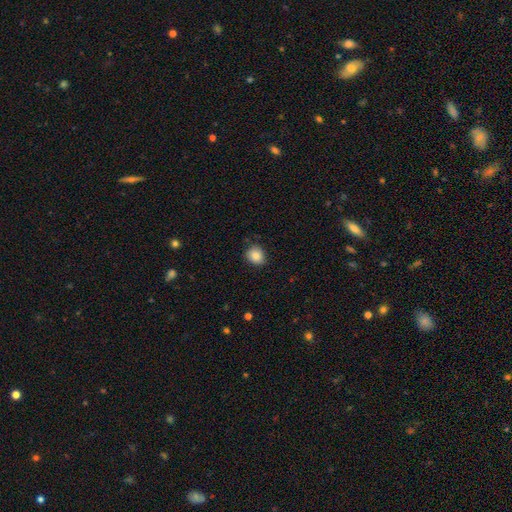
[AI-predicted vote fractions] Smooth or featured: smooth — 87% (star or artifact — 9%)
How rounded: round — 73% (in between — 26%)
Merging: none — 85% (minor disturbance — 11%)